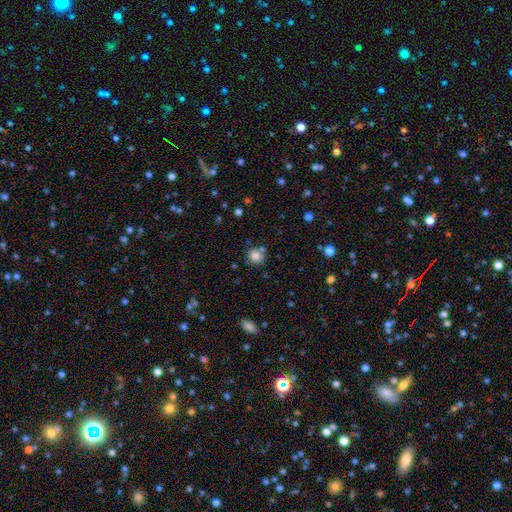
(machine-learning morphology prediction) This is clearly a smooth galaxy (82%). How rounded: clearly round (85%). Merging: likely none (72%).